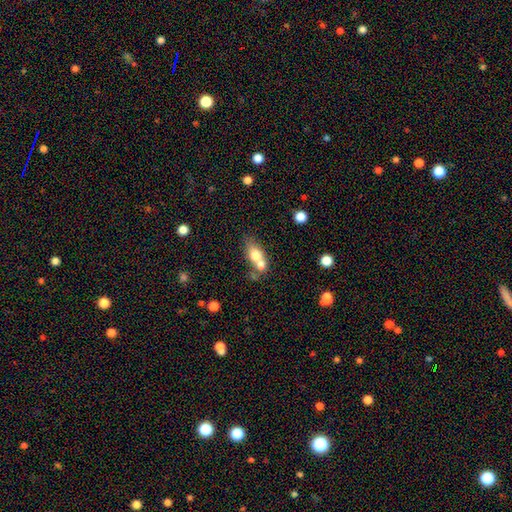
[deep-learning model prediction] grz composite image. It shows a smooth galaxy with no disk features (70%) that is in between round and cigar-shaped (68%). Merging: merger (59%).